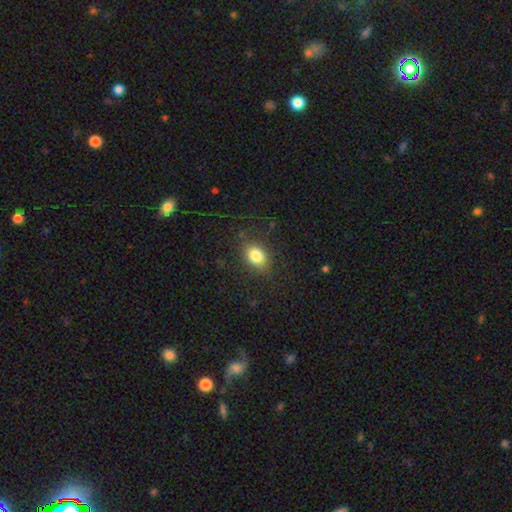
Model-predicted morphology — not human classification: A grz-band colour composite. It shows a smooth galaxy with no disk features (82%) that is in between round and cigar-shaped (67%). Merging: none (82%).